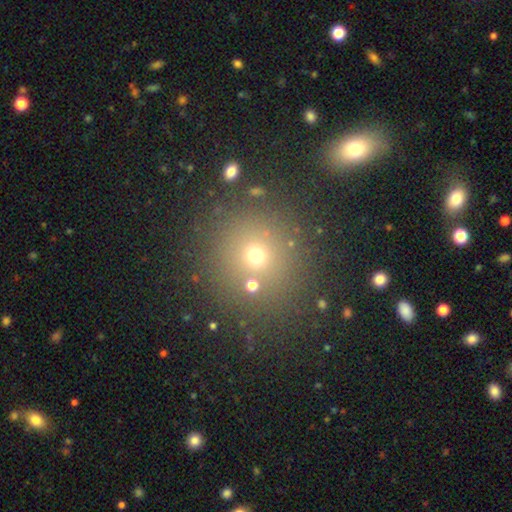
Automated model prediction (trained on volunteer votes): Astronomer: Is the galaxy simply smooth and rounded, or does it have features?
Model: smooth — 64%.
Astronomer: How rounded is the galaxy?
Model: round — 91%.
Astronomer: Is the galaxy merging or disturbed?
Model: none — 81%.